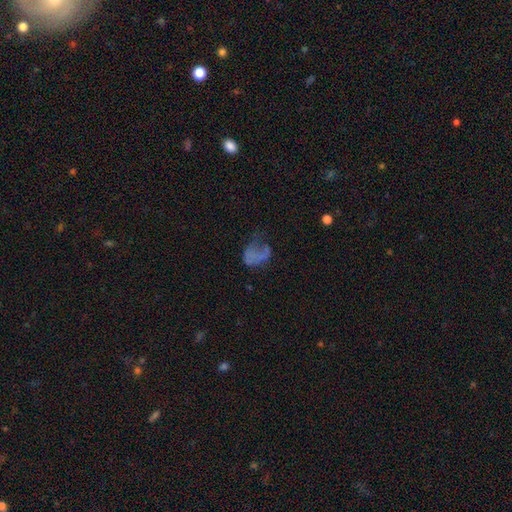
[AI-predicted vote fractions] Morphology: type=smooth (42%); merging=major disturbance (46%).